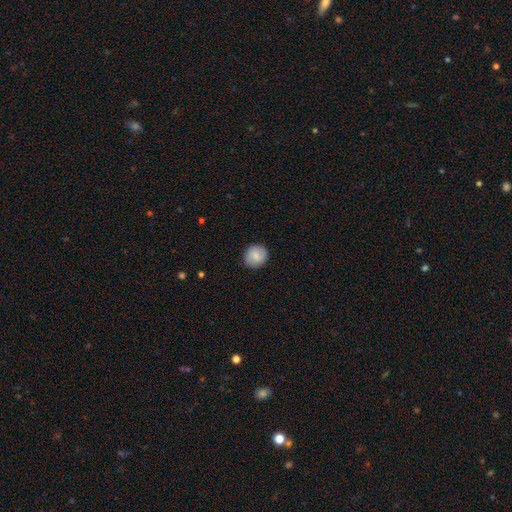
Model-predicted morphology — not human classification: smooth_or_featured: smooth (p=0.82) [alt: featured or disk p=0.11]
how_rounded: round (p=0.87) [alt: in between p=0.12]
merging: none (p=0.89) [alt: minor disturbance p=0.08]